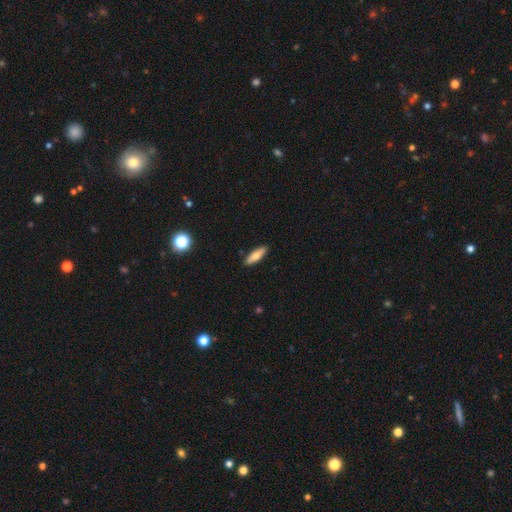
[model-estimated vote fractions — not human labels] Smooth or featured?
  - smooth: 69% *
  - featured or disk: 25%
  - star or artifact: 7%
How rounded?
  - cigar-shaped: 58% *
  - in between: 40%
  - round: 2%
Merging?
  - none: 89% *
  - minor disturbance: 8%
  - major disturbance: 2%
  - merger: 1%